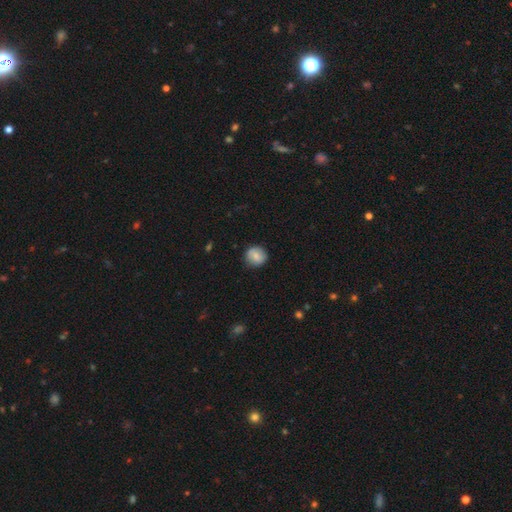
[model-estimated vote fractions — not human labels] A smooth galaxy with no disk features (77%) that is round (86%). Merging: none (83%).